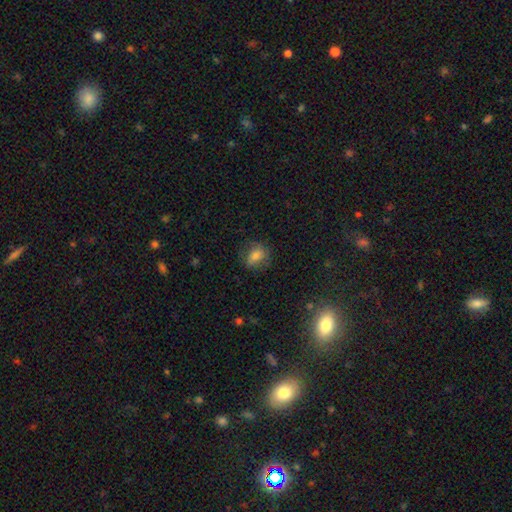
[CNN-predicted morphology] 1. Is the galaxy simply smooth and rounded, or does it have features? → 73% smooth, 17% featured or disk, 10% star or artifact.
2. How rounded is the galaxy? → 52% in between, 46% round, 2% cigar-shaped.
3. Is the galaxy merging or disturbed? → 74% none, 18% minor disturbance, 7% major disturbance, 1% merger.